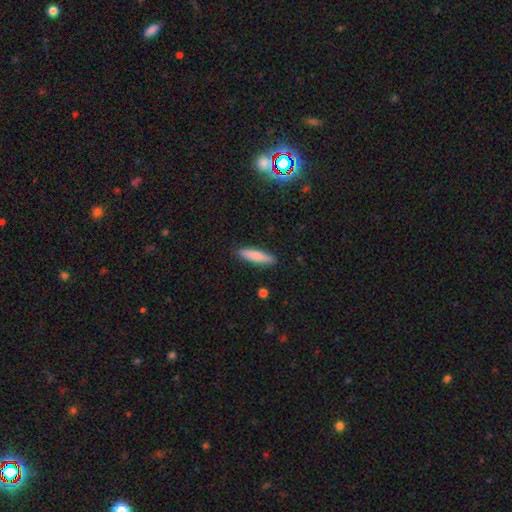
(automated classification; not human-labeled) A smooth galaxy with no disk features (81%) that is cigar-shaped (79%). Merging: none (89%).